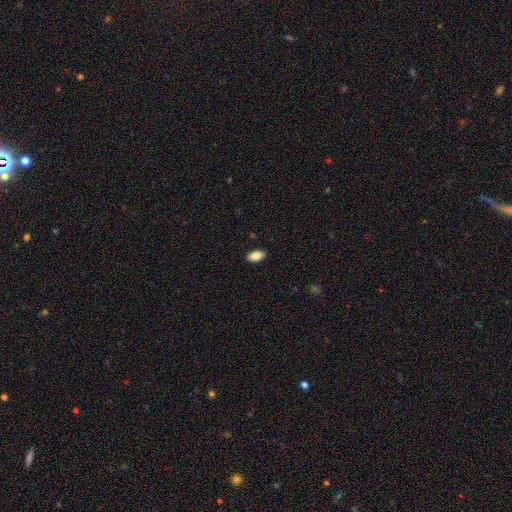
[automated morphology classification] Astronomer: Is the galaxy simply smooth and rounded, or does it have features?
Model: smooth — 85%.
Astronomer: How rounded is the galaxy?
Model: in between — 94%.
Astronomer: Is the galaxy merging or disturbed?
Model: none — 90%.